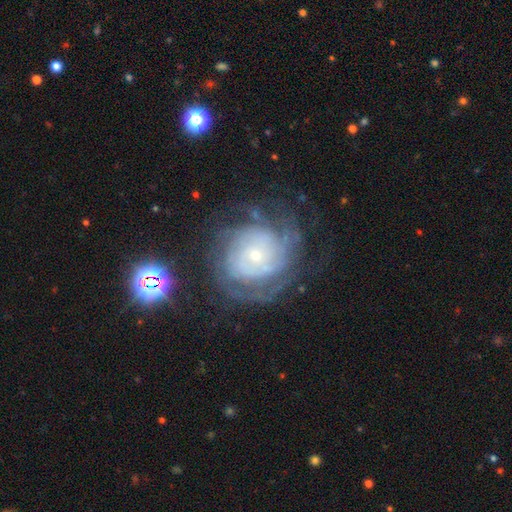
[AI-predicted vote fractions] Smooth or featured? Predicted: featured or disk (p=0.81). Edge-on disk? Predicted: no (p=0.97). Bar? Predicted: no (p=0.77). Spiral arms? Predicted: yes (p=0.90). Spiral winding? Predicted: tight (p=0.70). Spiral arm count? Predicted: can't tell (p=0.46). Bulge size? Predicted: small (p=0.73). Merging? Predicted: none (p=0.65).